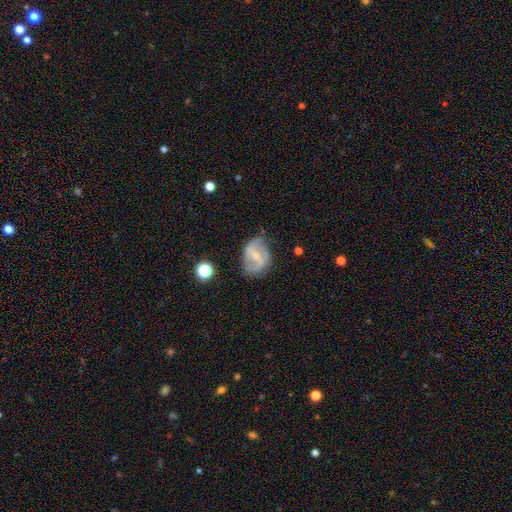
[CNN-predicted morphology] Q: Smooth or featured?
A: featured or disk (81%); runner-up: smooth (13%)
Q: Edge-on disk?
A: no (97%); runner-up: yes (3%)
Q: Bar?
A: weak (47%); runner-up: strong (32%)
Q: Spiral arms?
A: yes (92%); runner-up: no (8%)
Q: Spiral winding?
A: loose (45%); runner-up: medium (41%)
Q: Spiral arm count?
A: 2 (87%); runner-up: can't tell (6%)
Q: Bulge size?
A: small (66%); runner-up: moderate (28%)
Q: Merging?
A: none (67%); runner-up: minor disturbance (22%)